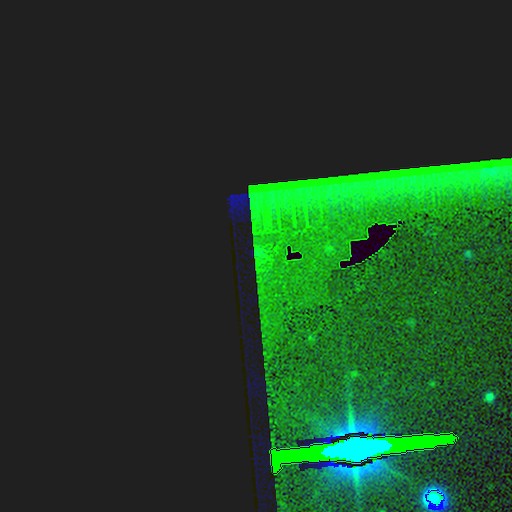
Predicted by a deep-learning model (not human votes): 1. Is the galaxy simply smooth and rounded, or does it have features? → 86% star or artifact, 7% featured or disk, 7% smooth.